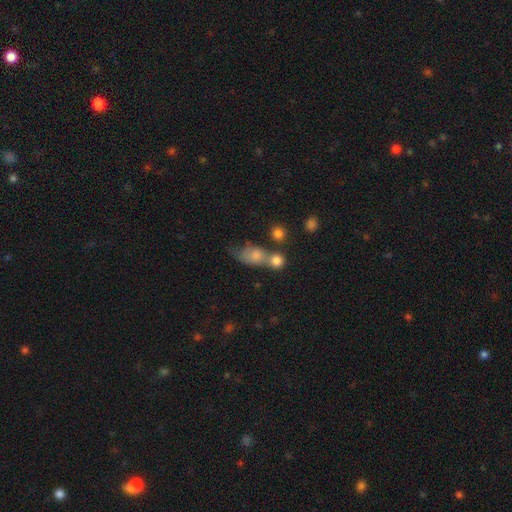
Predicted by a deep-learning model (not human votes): Overall: smooth (72%). How rounded: in between (59%; round 37%). Merging: merger (46%; none 27%).